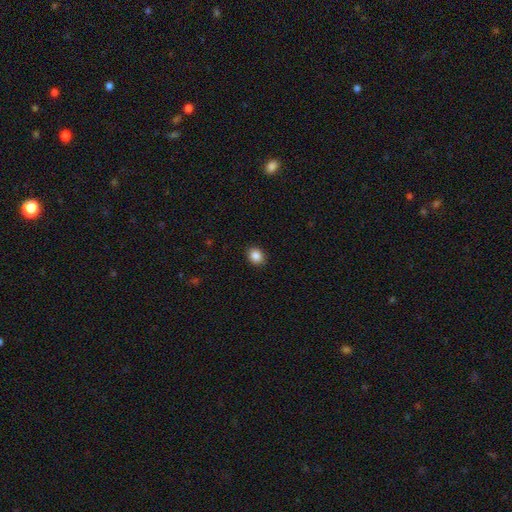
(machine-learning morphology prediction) The model was most divided on "how rounded": round: 53%, in between: 46%, cigar-shaped: 1%. More confident: merging — none (90%); smooth or featured — smooth (87%).